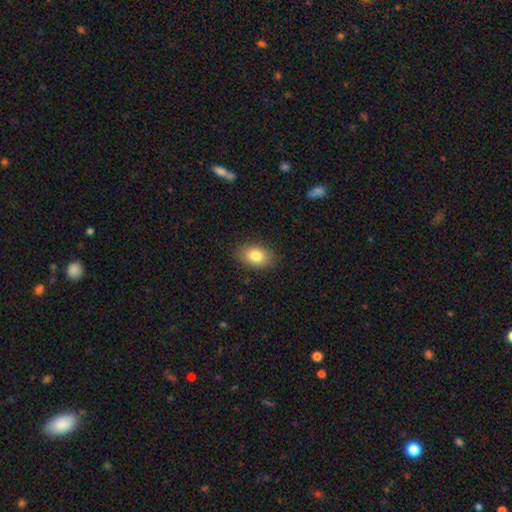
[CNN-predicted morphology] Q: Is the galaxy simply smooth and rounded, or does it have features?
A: smooth — 82%.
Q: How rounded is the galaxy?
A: in between — 83%.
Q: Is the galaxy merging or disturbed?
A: none — 86%.